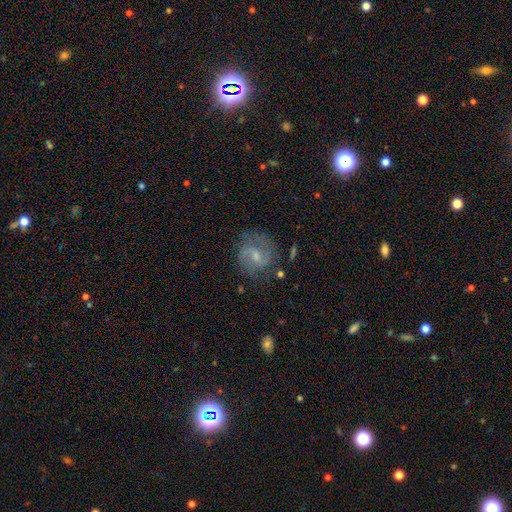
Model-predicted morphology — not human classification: type=featured or disk (74%); edge-on=no (98%); bar=weak (56%); spiral arms=yes (92%); winding=medium (51%); arm count=2 (78%); bulge=small (50%); merging=none (70%).